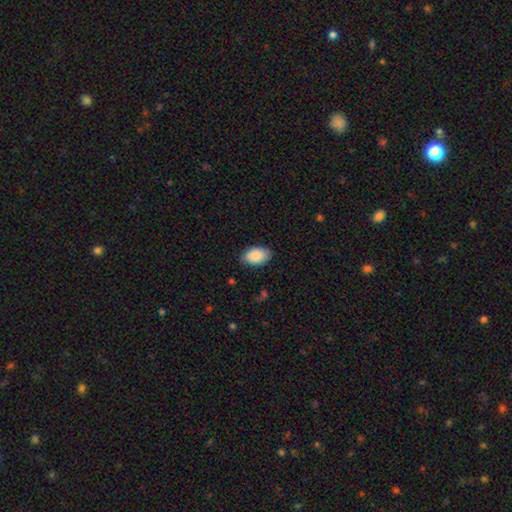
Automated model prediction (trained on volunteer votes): smooth 89%, star or artifact 6%, featured or disk 5%. Down the decision tree: how rounded — in between (92%); merging — none (82%).